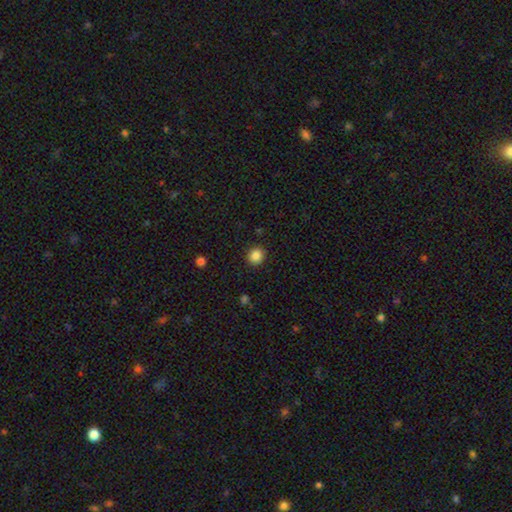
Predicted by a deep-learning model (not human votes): smooth_or_featured: smooth (p=0.85) [alt: star or artifact p=0.10]
how_rounded: round (p=0.84) [alt: in between p=0.15]
merging: none (p=0.91) [alt: minor disturbance p=0.06]